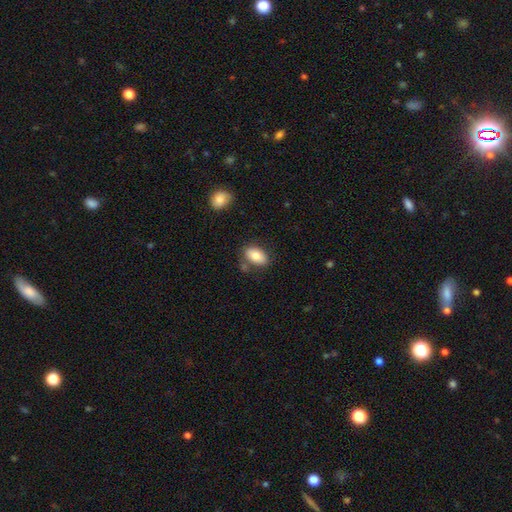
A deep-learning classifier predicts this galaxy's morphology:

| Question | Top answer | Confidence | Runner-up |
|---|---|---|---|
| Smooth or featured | smooth | 80% | featured or disk (13%) |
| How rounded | in between | 91% | round (7%) |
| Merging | none | 72% | minor disturbance (15%) |